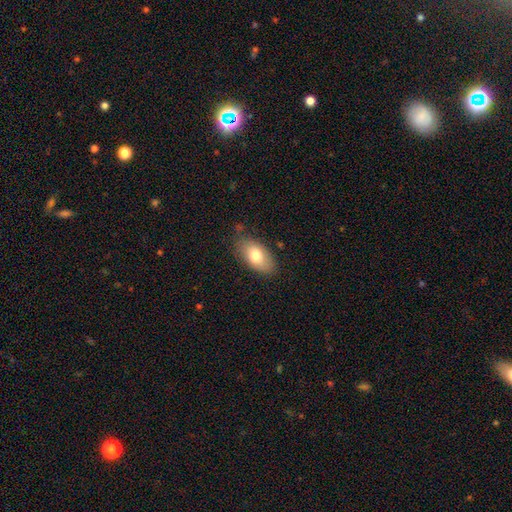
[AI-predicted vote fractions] smooth-or-featured: smooth: 76% | featured or disk: 17% | star or artifact: 7%
  how-rounded: in between: 92% | round: 4% | cigar-shaped: 3%
  merging: none: 78% | minor disturbance: 16% | major disturbance: 4% | merger: 2%